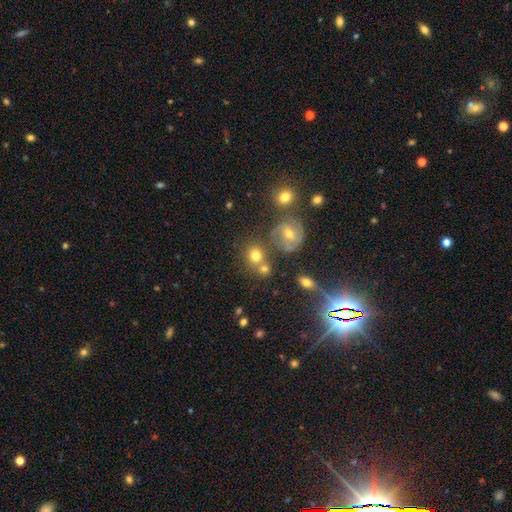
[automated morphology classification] Overall: smooth (70%). How rounded: round (78%). Merging: none (60%; merger 22%).